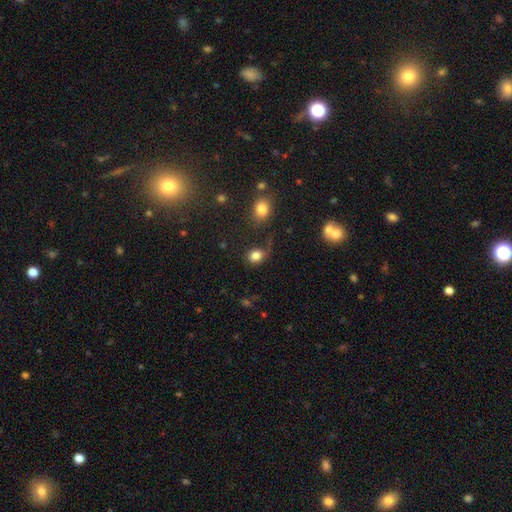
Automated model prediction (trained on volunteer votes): smooth 82%, star or artifact 11%, featured or disk 7%. Down the decision tree: how rounded — round (61%); merging — none (58%).